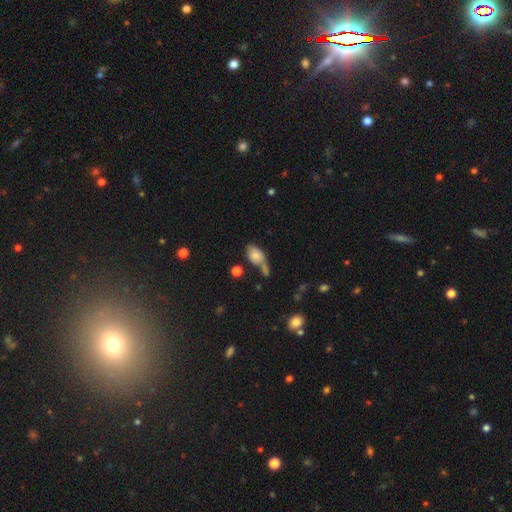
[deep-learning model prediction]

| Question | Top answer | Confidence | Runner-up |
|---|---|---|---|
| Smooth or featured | smooth | 77% | featured or disk (14%) |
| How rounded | in between | 86% | round (11%) |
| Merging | none | 38% | merger (29%) |